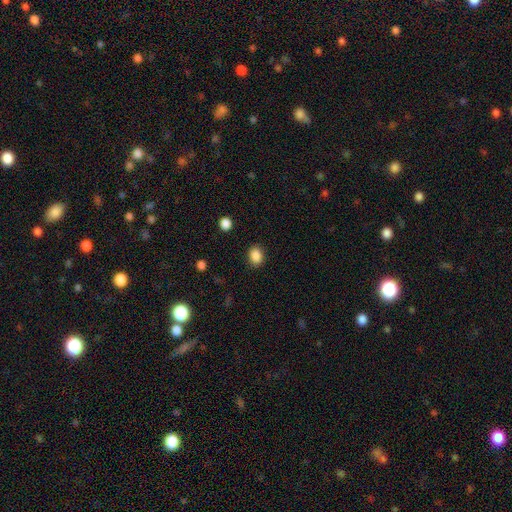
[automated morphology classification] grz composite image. It shows a smooth galaxy with no disk features (87%) that is in between round and cigar-shaped (62%). Merging: none (87%).